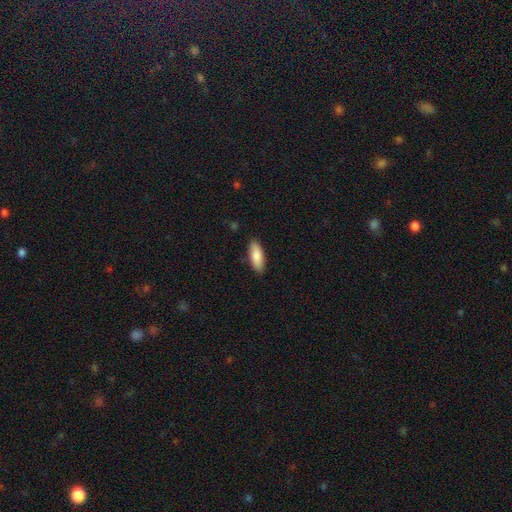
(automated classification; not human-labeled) Overall: smooth (86%). How rounded: in between (72%). Merging: none (87%).